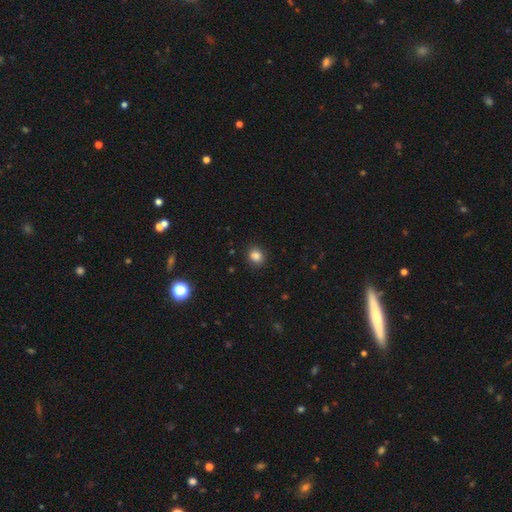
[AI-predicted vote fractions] The model was most divided on "how rounded": round: 70%, in between: 29%, cigar-shaped: 1%. More confident: merging — none (90%); smooth or featured — smooth (85%).